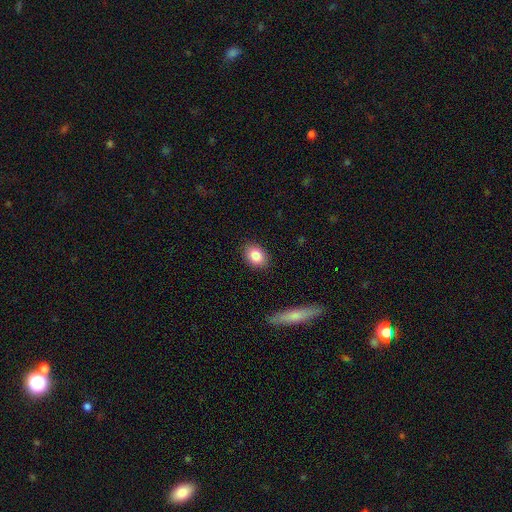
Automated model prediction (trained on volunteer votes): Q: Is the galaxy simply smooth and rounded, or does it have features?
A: smooth — 86%.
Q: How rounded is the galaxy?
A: in between — 64%.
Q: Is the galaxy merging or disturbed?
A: none — 88%.